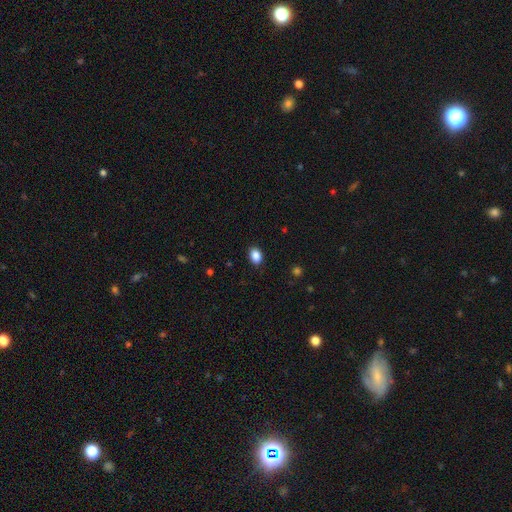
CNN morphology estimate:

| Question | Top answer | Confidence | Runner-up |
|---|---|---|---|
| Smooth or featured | smooth | 88% | star or artifact (9%) |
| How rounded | in between | 74% | round (25%) |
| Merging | none | 88% | minor disturbance (9%) |